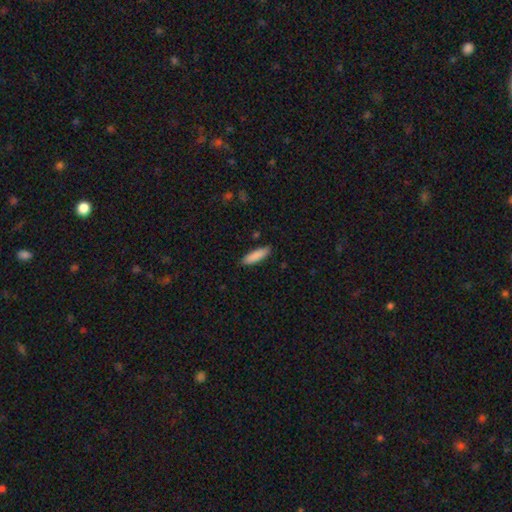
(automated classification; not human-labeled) Morphology: type=smooth (88%); roundness=cigar-shaped (60%); merging=none (87%).